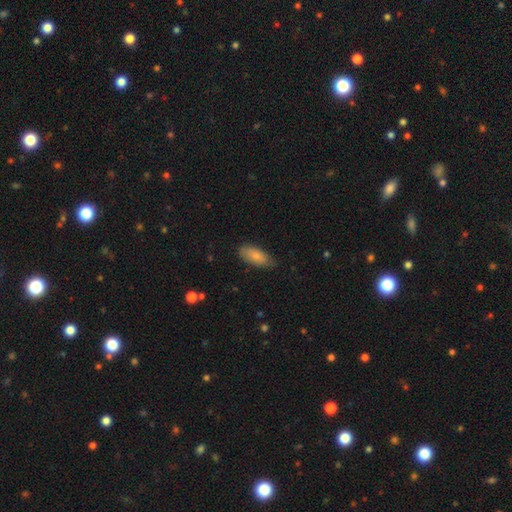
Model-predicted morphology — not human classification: Smooth or featured?
  - smooth: 83% *
  - featured or disk: 11%
  - star or artifact: 6%
How rounded?
  - in between: 84% *
  - cigar-shaped: 14%
  - round: 2%
Merging?
  - none: 74% *
  - minor disturbance: 21%
  - major disturbance: 3%
  - merger: 1%